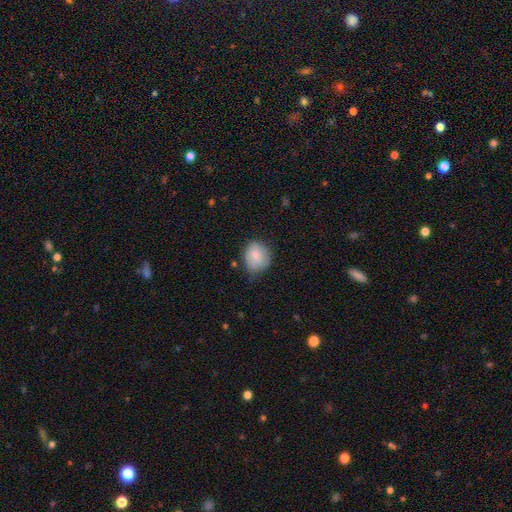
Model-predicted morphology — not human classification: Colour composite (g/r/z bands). It shows a smooth galaxy with no disk features (81%) that is round (63%). Merging: none (60%).